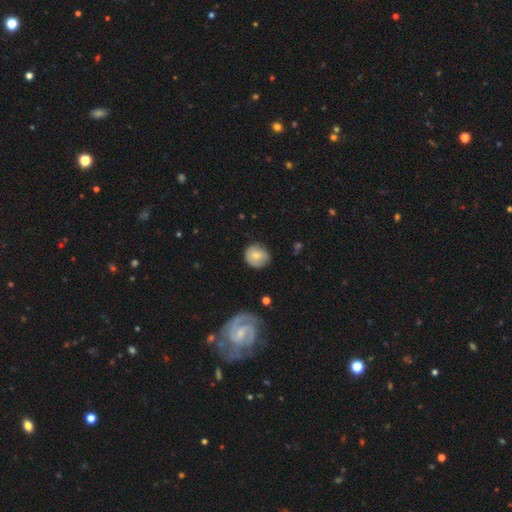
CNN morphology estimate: smooth 68%, featured or disk 24%, star or artifact 8%. Down the decision tree: how rounded — round (82%); merging — none (71%).